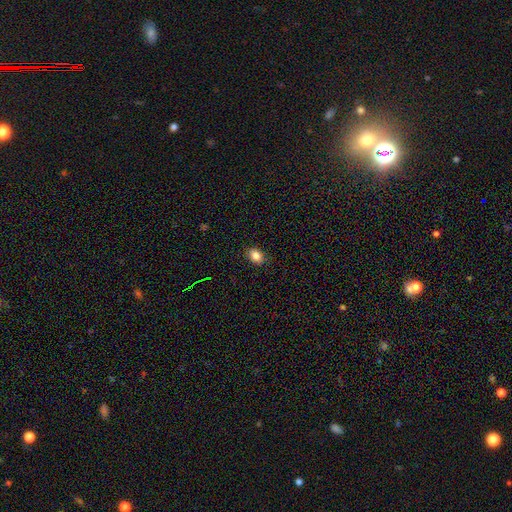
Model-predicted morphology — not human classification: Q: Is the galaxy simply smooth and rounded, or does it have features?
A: smooth — 85%.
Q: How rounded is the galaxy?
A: in between — 77%.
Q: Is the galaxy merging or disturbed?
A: none — 86%.